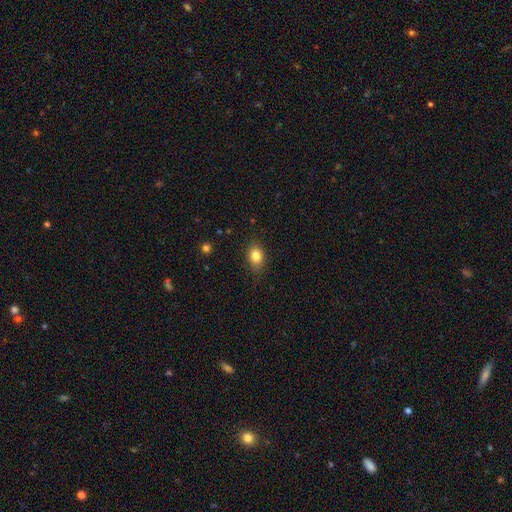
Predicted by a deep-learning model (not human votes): Smooth or featured? smooth (83%)
How rounded? in between (74%)
Merging? none (81%)